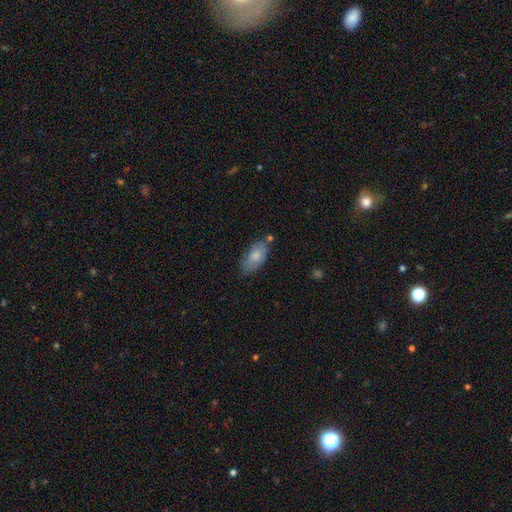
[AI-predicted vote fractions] smooth-or-featured: smooth: 77% | featured or disk: 17% | star or artifact: 6%
  how-rounded: in between: 92% | cigar-shaped: 5% | round: 3%
  merging: none: 63% | minor disturbance: 24% | merger: 7% | major disturbance: 5%